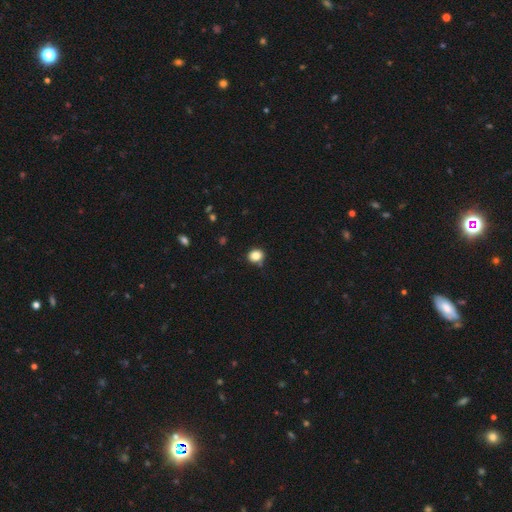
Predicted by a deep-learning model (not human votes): Smooth or featured?
  - smooth: 84% *
  - star or artifact: 11%
  - featured or disk: 5%
How rounded?
  - round: 71% *
  - in between: 28%
  - cigar-shaped: 1%
Merging?
  - none: 83% *
  - minor disturbance: 12%
  - merger: 3%
  - major disturbance: 3%